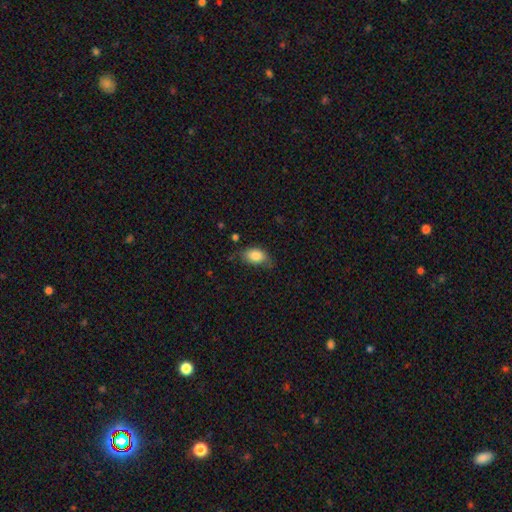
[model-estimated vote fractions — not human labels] smooth 84%, featured or disk 9%, star or artifact 7%. Down the decision tree: how rounded — in between (89%); merging — none (63%).